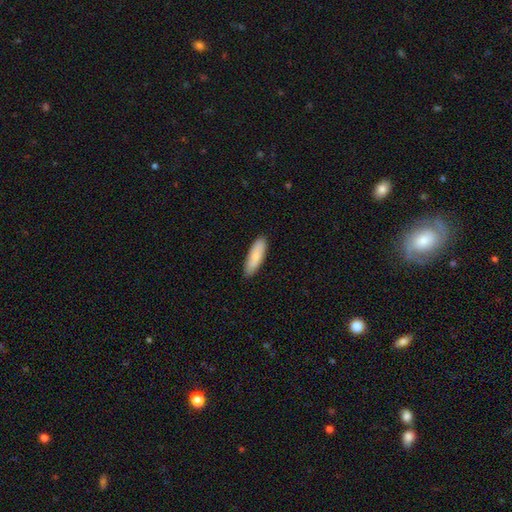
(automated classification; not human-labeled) Smooth or featured: smooth — 84% (featured or disk — 10%)
How rounded: in between — 49% (tied with cigar-shaped — 49%)
Merging: none — 89% (minor disturbance — 9%)